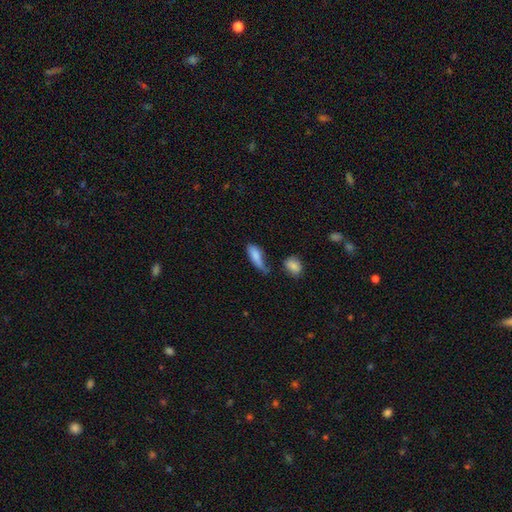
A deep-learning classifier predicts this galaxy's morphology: smooth-or-featured: smooth: 80% | featured or disk: 12% | star or artifact: 7%
  how-rounded: in between: 66% | cigar-shaped: 31% | round: 3%
  merging: none: 37% | minor disturbance: 32% | major disturbance: 18% | merger: 13%